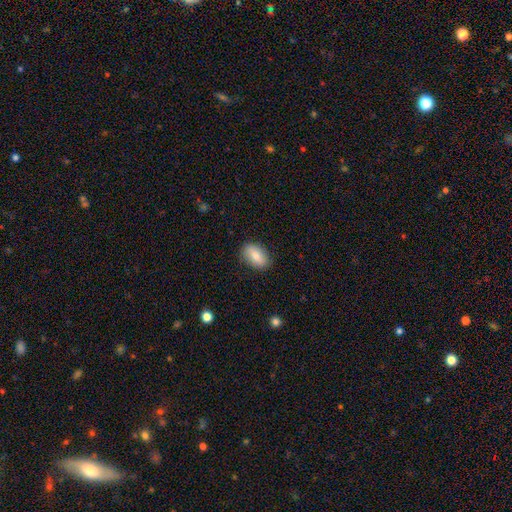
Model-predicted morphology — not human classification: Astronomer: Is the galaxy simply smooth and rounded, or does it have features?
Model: smooth — 76%.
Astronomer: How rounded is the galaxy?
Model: in between — 88%.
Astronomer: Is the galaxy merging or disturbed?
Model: none — 85%.